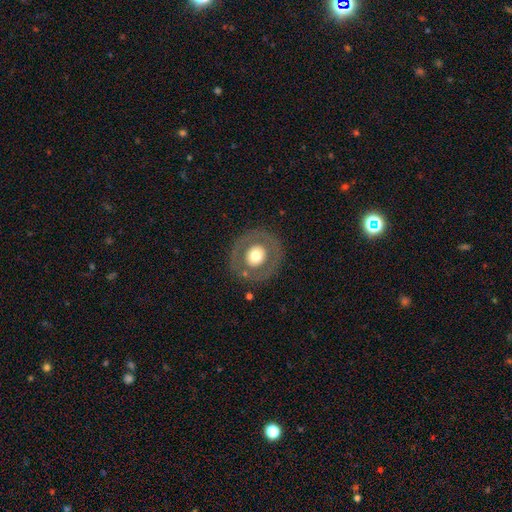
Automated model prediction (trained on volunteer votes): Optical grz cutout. It shows a smooth galaxy with no disk features (52%) that is round (89%). Merging: none (85%).